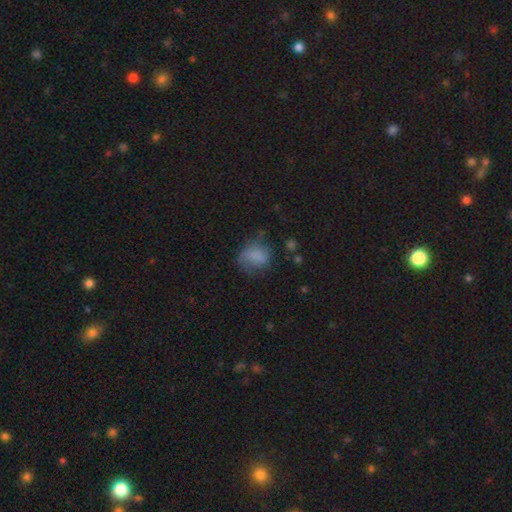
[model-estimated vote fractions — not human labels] smooth 76%, featured or disk 13%, star or artifact 11%. Down the decision tree: how rounded — in between (52%); merging — none (47%).